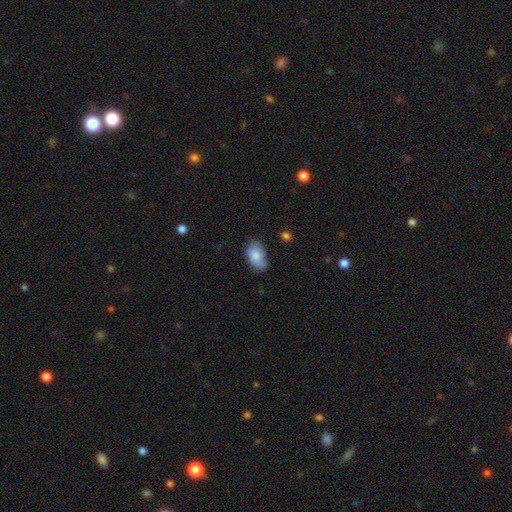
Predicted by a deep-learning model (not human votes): The model was most divided on "merging": none: 67%, minor disturbance: 26%, major disturbance: 5%, merger: 2%. More confident: how rounded — in between (91%); smooth or featured — smooth (78%).